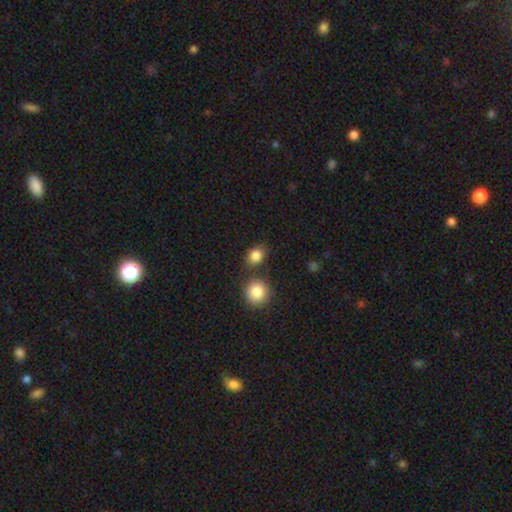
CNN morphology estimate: A smooth galaxy with no disk features (86%) that is round (55%). Merging: none (71%).